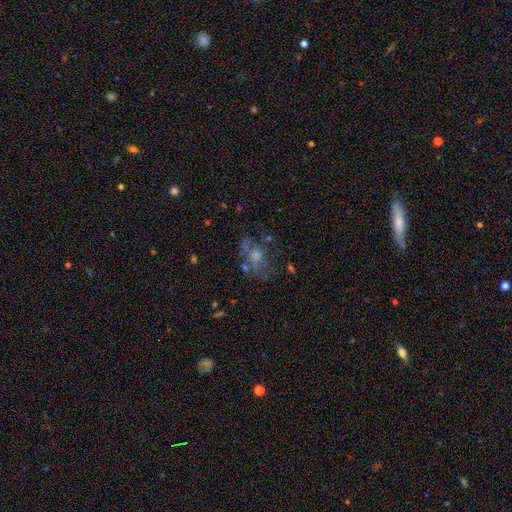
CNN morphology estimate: Smooth or featured?
  - featured or disk: 45% *
  - smooth: 30%
  - star or artifact: 25%
Merging?
  - none: 48% *
  - major disturbance: 24%
  - minor disturbance: 18%
  - merger: 9%